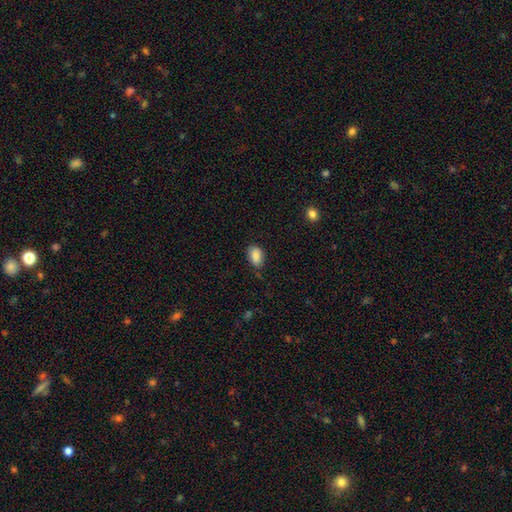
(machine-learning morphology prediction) Smooth or featured? smooth (86%)
How rounded? in between (84%)
Merging? none (72%)